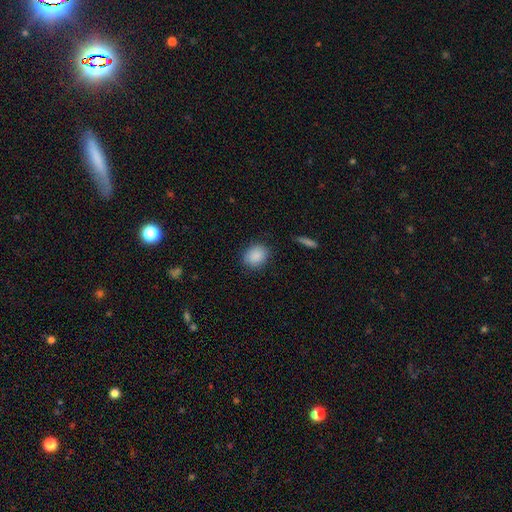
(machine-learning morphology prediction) This appears to be a smooth galaxy with no disk features (89%) that is round (54%). Merging: none (85%).